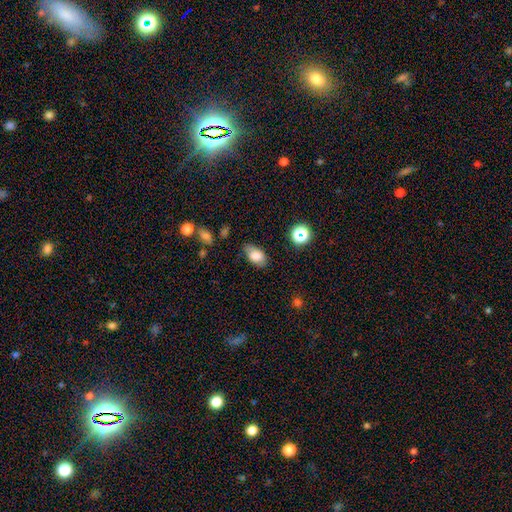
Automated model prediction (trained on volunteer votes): smooth-or-featured: smooth: 79% | featured or disk: 11% | star or artifact: 10%
  how-rounded: in between: 90% | round: 8% | cigar-shaped: 2%
  merging: none: 69% | minor disturbance: 23% | major disturbance: 6% | merger: 3%